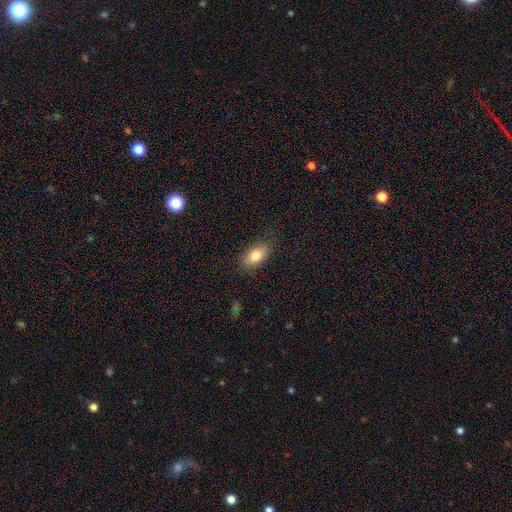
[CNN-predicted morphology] type=smooth (81%); roundness=in between (90%); merging=none (80%).